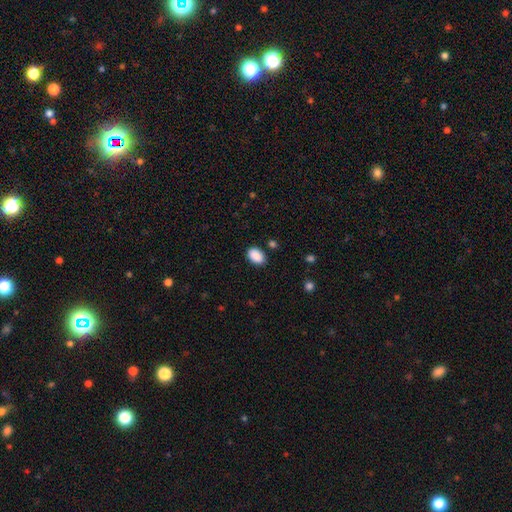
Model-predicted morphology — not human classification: The model was most divided on "how rounded": in between: 85%, round: 14%, cigar-shaped: 1%. More confident: smooth or featured — smooth (90%); merging — none (86%).